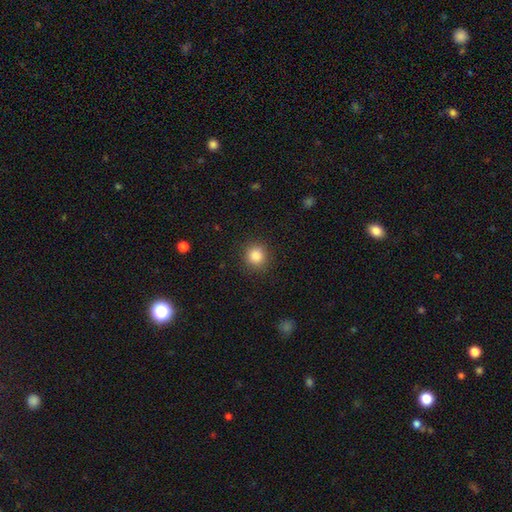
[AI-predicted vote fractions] This appears to be a smooth galaxy with no disk features (86%) that is round (89%). Merging: none (88%).